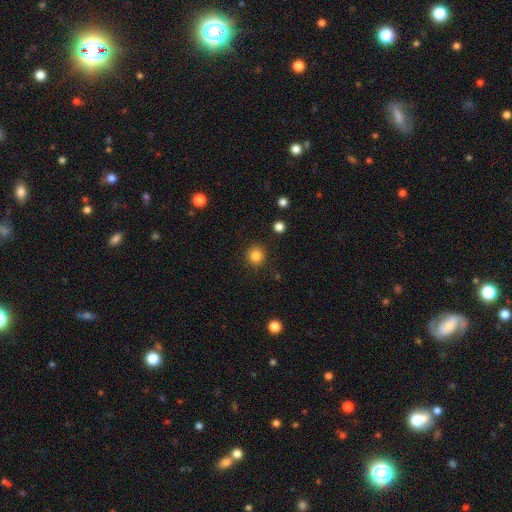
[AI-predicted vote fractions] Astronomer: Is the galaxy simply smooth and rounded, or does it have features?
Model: smooth — 85%.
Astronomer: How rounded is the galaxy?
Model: round — 92%.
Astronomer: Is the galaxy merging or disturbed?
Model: none — 91%.